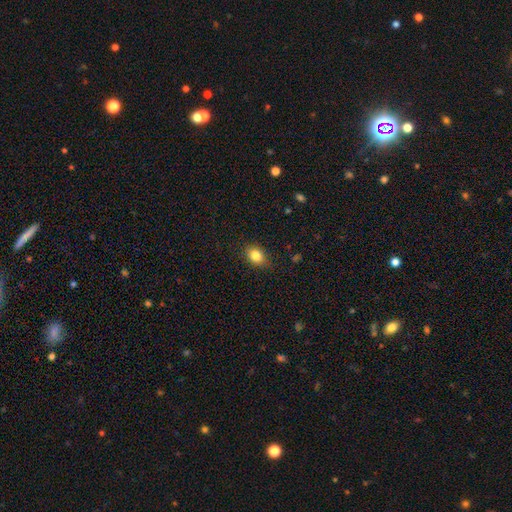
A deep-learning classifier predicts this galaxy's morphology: This appears to be a smooth galaxy with no disk features (83%) that is in between round and cigar-shaped (60%). Merging: none (84%).